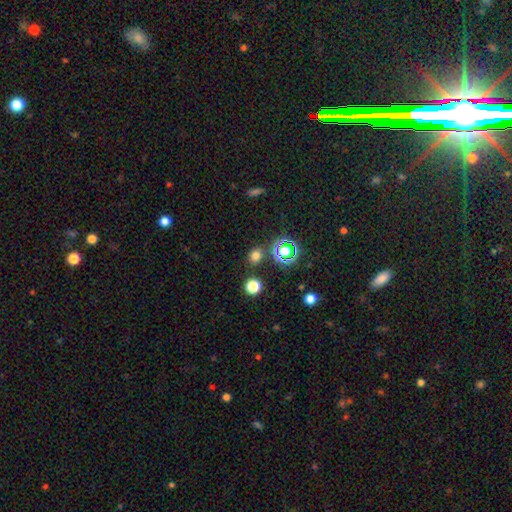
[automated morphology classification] A smooth galaxy with no disk features (70%) that is round (69%).

Vote fractions:
- Smooth or featured? smooth: 70% / star or artifact: 25% / featured or disk: 5%
- How rounded? round: 69% / in between: 30% / cigar-shaped: 1%
- Merging? none: 82% / minor disturbance: 8% / merger: 6% / major disturbance: 3%